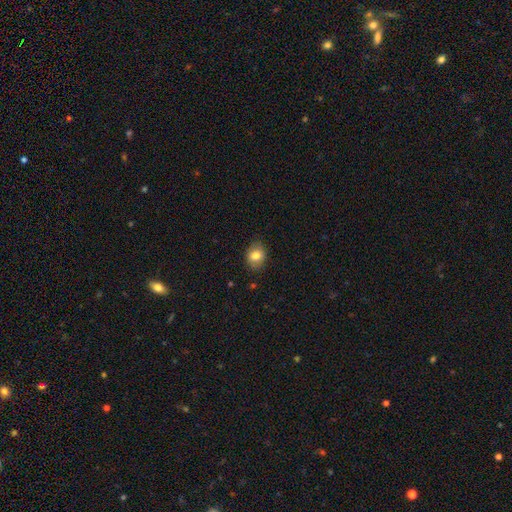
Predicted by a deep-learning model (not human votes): Overall: smooth (80%). How rounded: in between (52%; round 47%). Merging: none (83%).